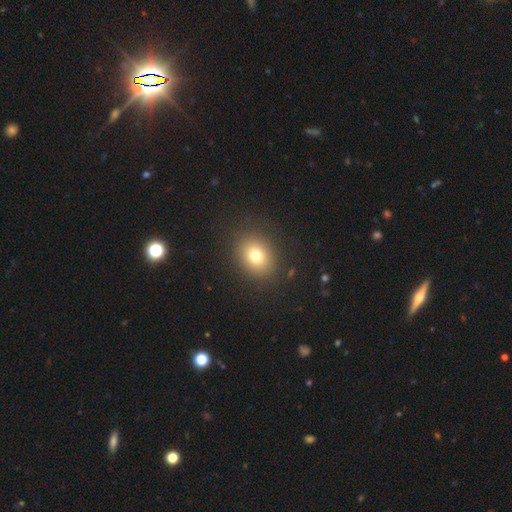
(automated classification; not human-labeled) Smooth or featured? Predicted: smooth (p=0.76). How rounded? Predicted: round (p=0.56). Merging? Predicted: none (p=0.88).